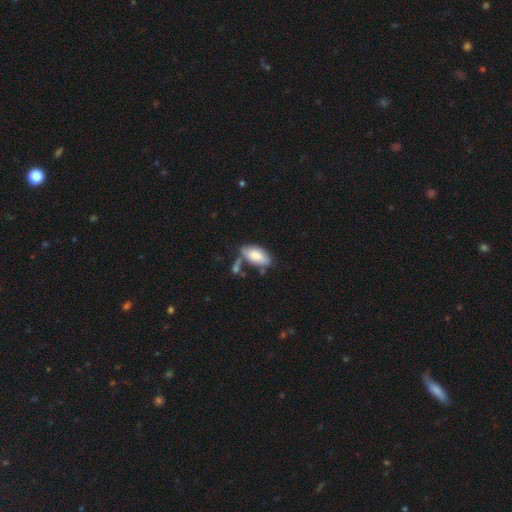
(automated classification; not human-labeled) smooth-or-featured: smooth: 79% | featured or disk: 14% | star or artifact: 6%
  how-rounded: in between: 92% | cigar-shaped: 5% | round: 2%
  merging: none: 54% | minor disturbance: 23% | merger: 15% | major disturbance: 7%